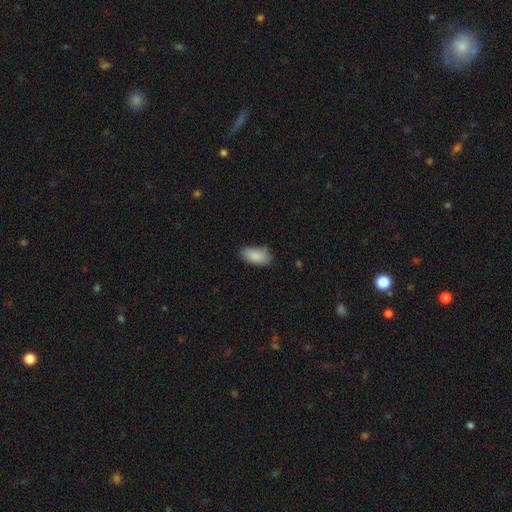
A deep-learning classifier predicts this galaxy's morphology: A smooth galaxy with no disk features (88%) that is in between round and cigar-shaped (93%). Merging: none (75%).